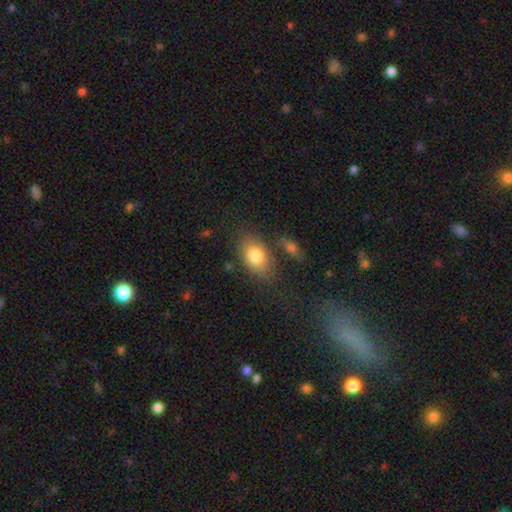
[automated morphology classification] Smooth or featured?
  - smooth: 79% *
  - featured or disk: 13%
  - star or artifact: 8%
How rounded?
  - in between: 85% *
  - round: 13%
  - cigar-shaped: 2%
Merging?
  - none: 66% *
  - minor disturbance: 18%
  - merger: 9%
  - major disturbance: 7%